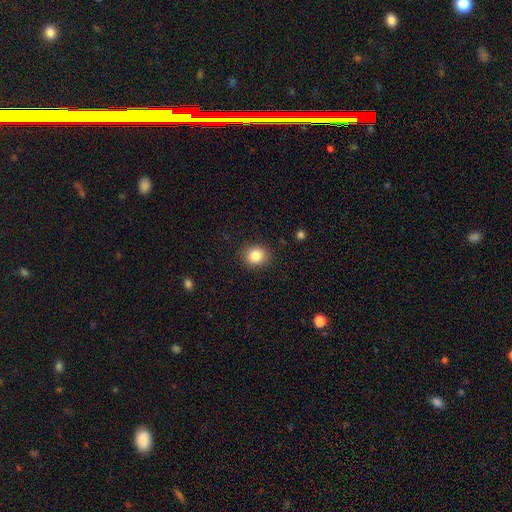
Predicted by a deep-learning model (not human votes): This appears to be a smooth galaxy with no disk features (84%) that is round (71%). Merging: none (88%).